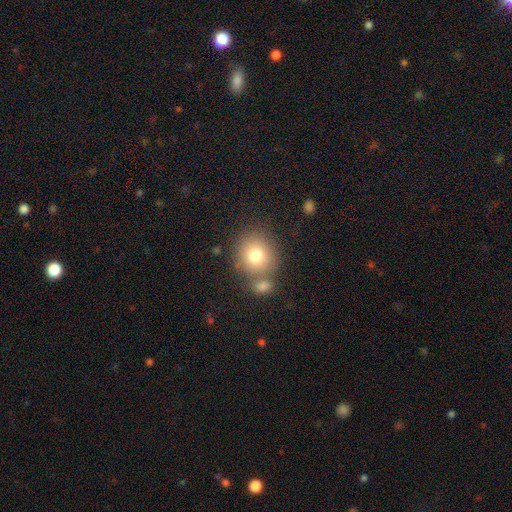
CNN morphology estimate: The model was most divided on "merging": none: 64%, merger: 21%, minor disturbance: 11%, major disturbance: 4%. More confident: how rounded — round (84%); smooth or featured — smooth (77%).